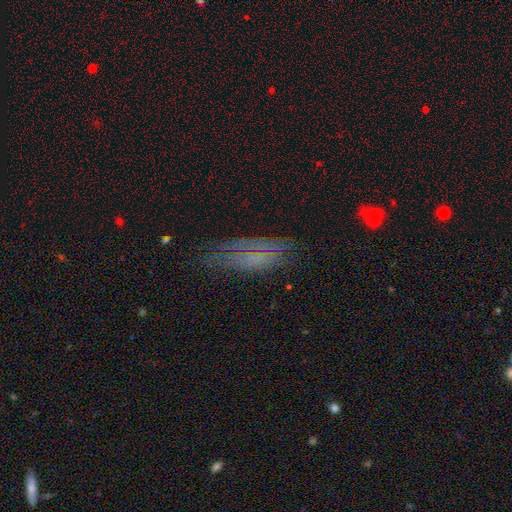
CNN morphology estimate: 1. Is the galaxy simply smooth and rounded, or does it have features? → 43% featured or disk, 39% smooth, 17% star or artifact.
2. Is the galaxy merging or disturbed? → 56% none, 25% minor disturbance, 16% major disturbance, 3% merger.